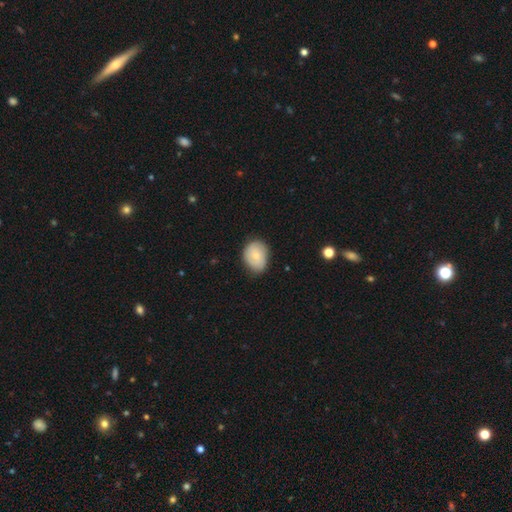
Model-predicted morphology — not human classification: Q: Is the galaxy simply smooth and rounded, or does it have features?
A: smooth — 70%.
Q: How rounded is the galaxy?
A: in between — 58%.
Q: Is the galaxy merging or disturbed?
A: none — 75%.